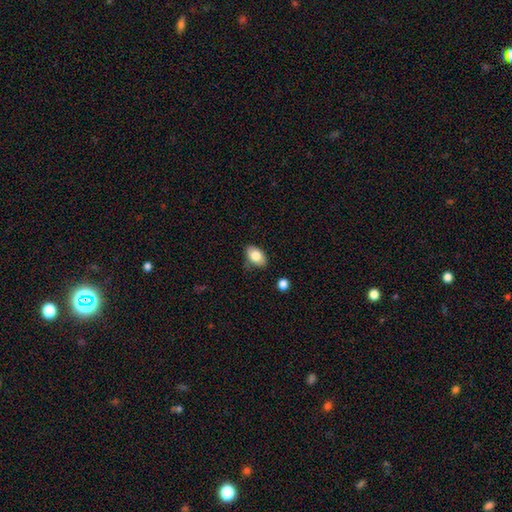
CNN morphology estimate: Smooth or featured: smooth — 81% (featured or disk — 12%)
How rounded: in between — 90% (round — 8%)
Merging: none — 77% (minor disturbance — 17%)